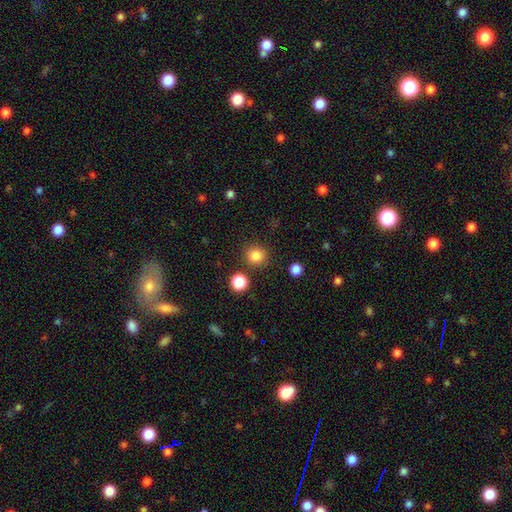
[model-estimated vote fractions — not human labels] This is clearly a smooth galaxy (83%). How rounded: clearly round (91%). Merging: clearly none (87%).